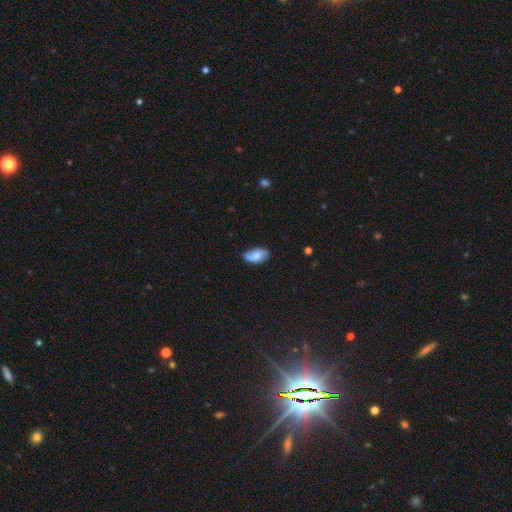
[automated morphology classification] This is likely a smooth galaxy (65%). How rounded: clearly in between (93%). Merging: likely none (72%).